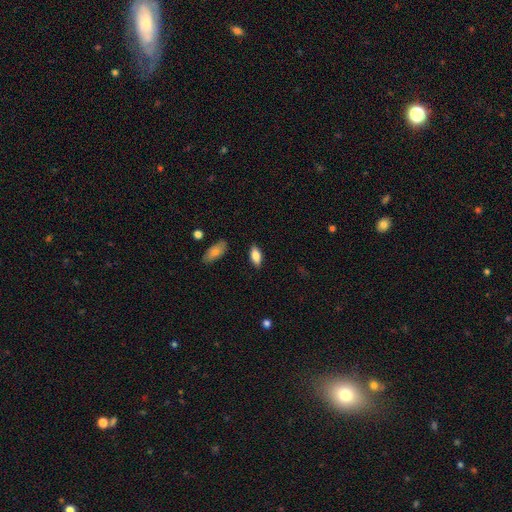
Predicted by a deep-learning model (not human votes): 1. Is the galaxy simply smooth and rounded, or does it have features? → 80% smooth, 14% featured or disk, 7% star or artifact.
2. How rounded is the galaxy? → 83% in between, 14% cigar-shaped, 2% round.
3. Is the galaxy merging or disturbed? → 86% none, 10% minor disturbance, 2% major disturbance, 2% merger.